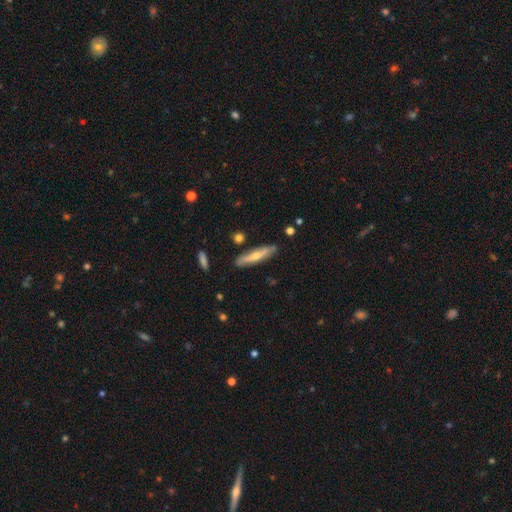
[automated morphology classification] A smooth galaxy with no disk features (52%) that is cigar-shaped (86%).

Vote fractions:
- Smooth or featured? smooth: 52% / featured or disk: 42% / star or artifact: 6%
- How rounded? cigar-shaped: 86% / in between: 12% / round: 2%
- Merging? none: 82% / minor disturbance: 12% / merger: 3% / major disturbance: 2%